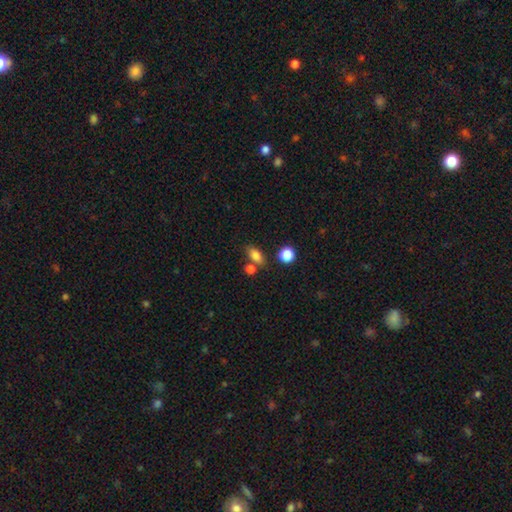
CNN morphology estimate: smooth 82%, star or artifact 11%, featured or disk 8%. Down the decision tree: how rounded — in between (80%); merging — none (66%).